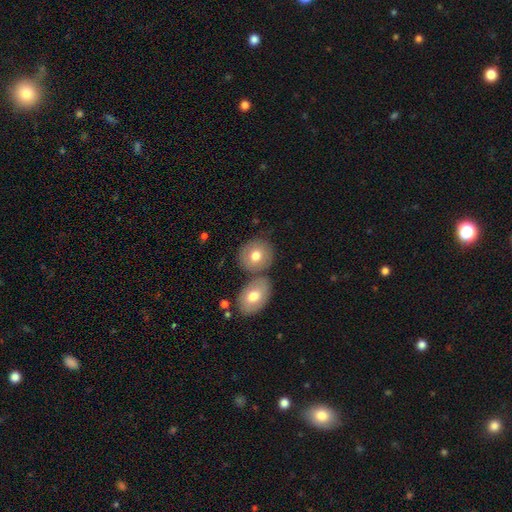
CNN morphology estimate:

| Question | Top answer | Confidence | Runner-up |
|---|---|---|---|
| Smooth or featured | smooth | 74% | featured or disk (19%) |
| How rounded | round | 71% | in between (28%) |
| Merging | none | 64% | merger (22%) |